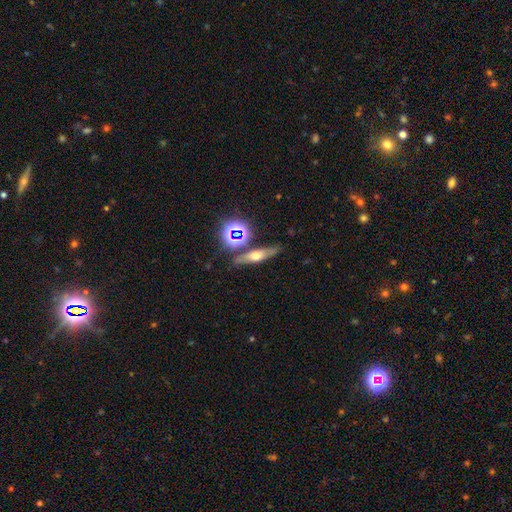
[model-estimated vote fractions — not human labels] This appears to be a smooth galaxy with no disk features (41%). Merging: none (77%).